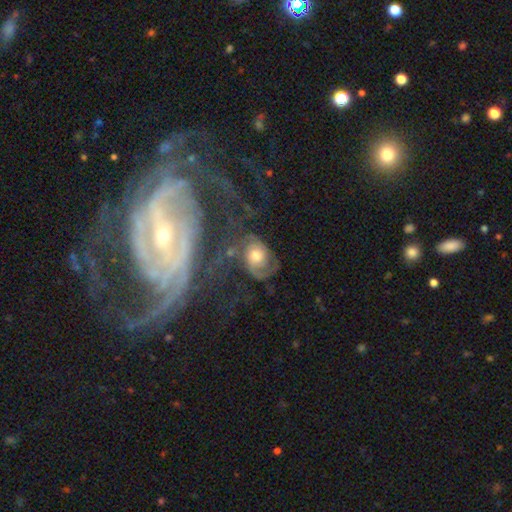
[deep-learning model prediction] Morphology: type=featured or disk (72%); edge-on=no (96%); bar=no (78%); spiral arms=yes (89%); winding=tight (47%); arm count=2 (46%); bulge=moderate (65%); merging=none (47%).